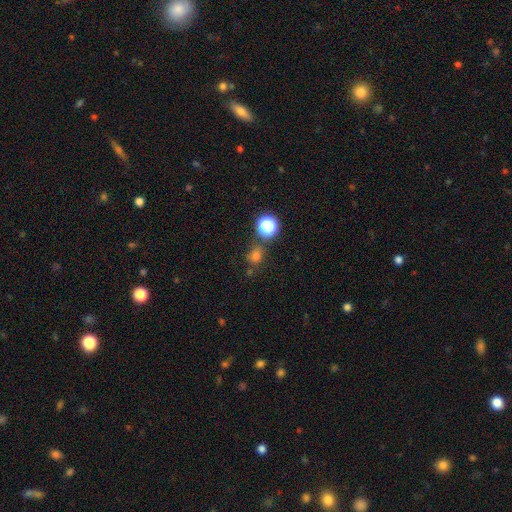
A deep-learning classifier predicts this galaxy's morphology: Overall: smooth (69%). How rounded: round (72%). Merging: none (68%).